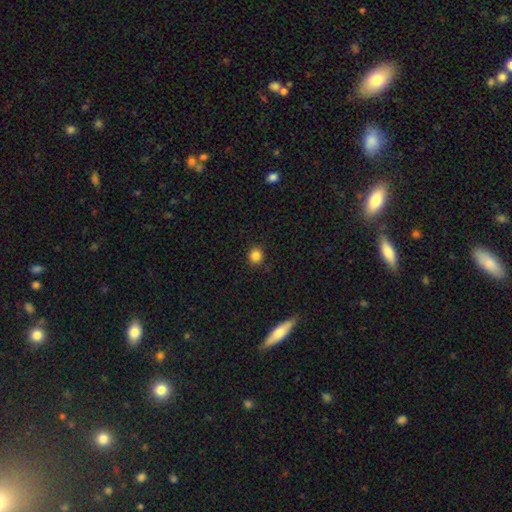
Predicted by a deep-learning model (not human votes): smooth_or_featured: smooth (p=0.84) [alt: star or artifact p=0.11]
how_rounded: round (p=0.87) [alt: in between p=0.12]
merging: none (p=0.89) [alt: minor disturbance p=0.08]